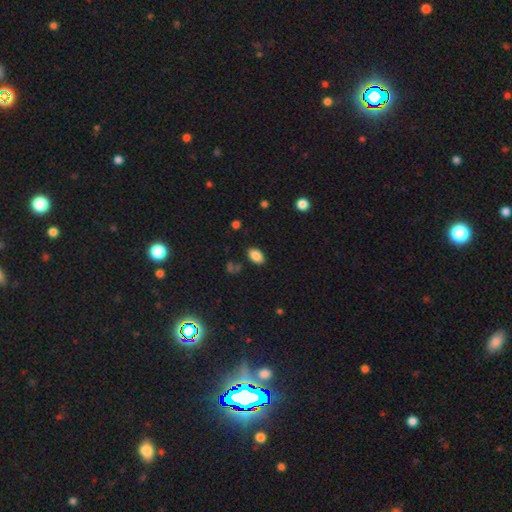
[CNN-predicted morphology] Overall: smooth (86%). How rounded: in between (90%). Merging: none (83%).